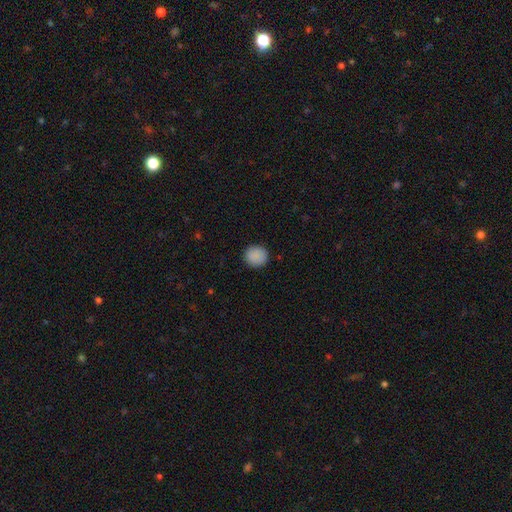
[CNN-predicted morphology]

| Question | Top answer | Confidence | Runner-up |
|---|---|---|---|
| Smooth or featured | smooth | 89% | star or artifact (8%) |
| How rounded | round | 90% | in between (9%) |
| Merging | none | 90% | minor disturbance (7%) |